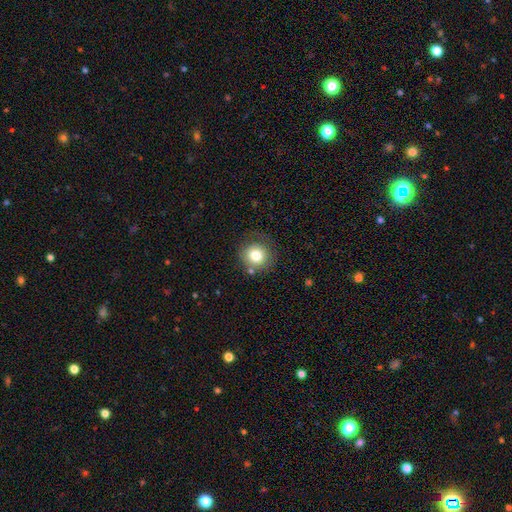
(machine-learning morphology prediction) type=smooth (77%); roundness=round (91%); merging=none (76%).